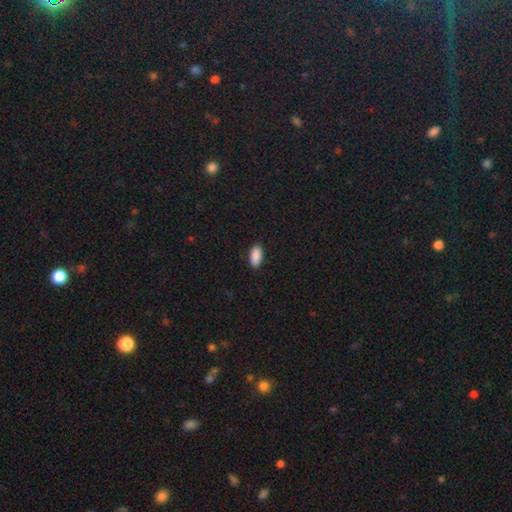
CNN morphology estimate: This is clearly a smooth galaxy (91%). How rounded: clearly in between (91%). Merging: clearly none (89%).